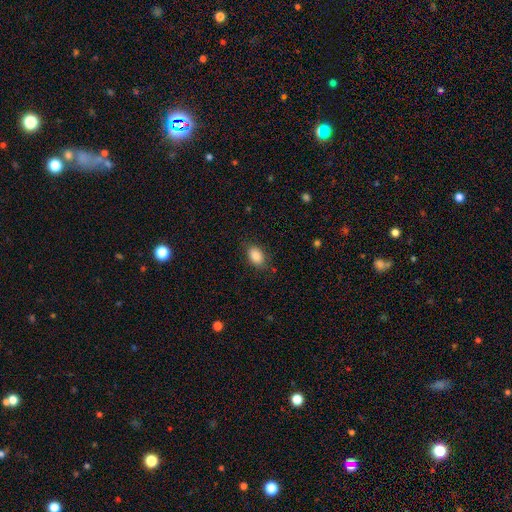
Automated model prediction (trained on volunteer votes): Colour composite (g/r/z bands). It shows a smooth galaxy with no disk features (87%) that is in between round and cigar-shaped (87%). Merging: none (80%).